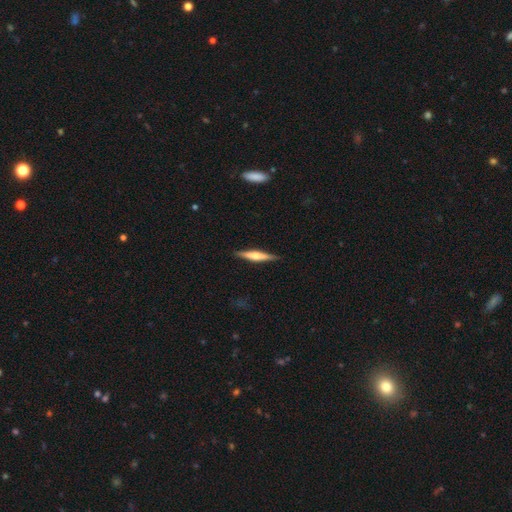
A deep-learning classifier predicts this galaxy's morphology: Smooth or featured?
  - featured or disk: 59% *
  - smooth: 35%
  - star or artifact: 6%
Edge-on disk?
  - yes: 97% *
  - no: 3%
Edge-on bulge?
  - rounded: 80% *
  - boxy: 12%
  - none: 9%
Merging?
  - none: 89% *
  - minor disturbance: 8%
  - major disturbance: 2%
  - merger: 1%